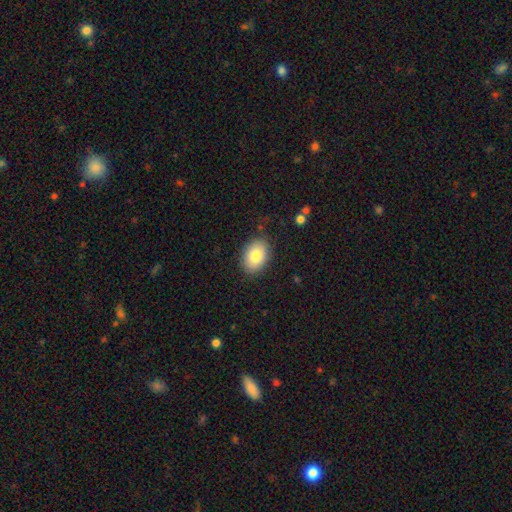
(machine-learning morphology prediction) smooth 82%, featured or disk 11%, star or artifact 7%. Down the decision tree: how rounded — in between (83%); merging — none (85%).